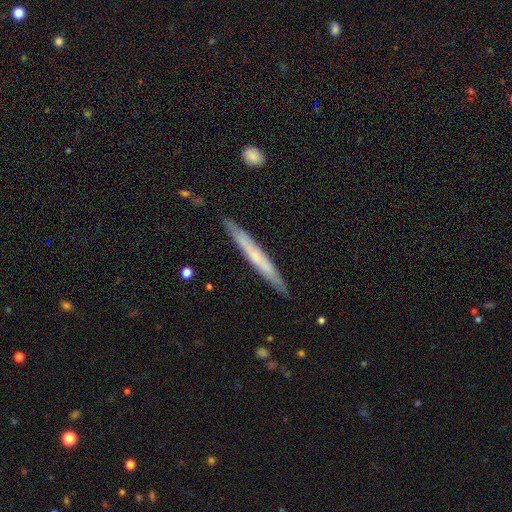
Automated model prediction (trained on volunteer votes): A smooth galaxy with no disk features (51%) that is cigar-shaped (97%).

Vote fractions:
- Smooth or featured? smooth: 51% / featured or disk: 44% / star or artifact: 6%
- How rounded? cigar-shaped: 97% / in between: 2% / round: 1%
- Merging? none: 89% / minor disturbance: 8% / major disturbance: 1% / merger: 1%